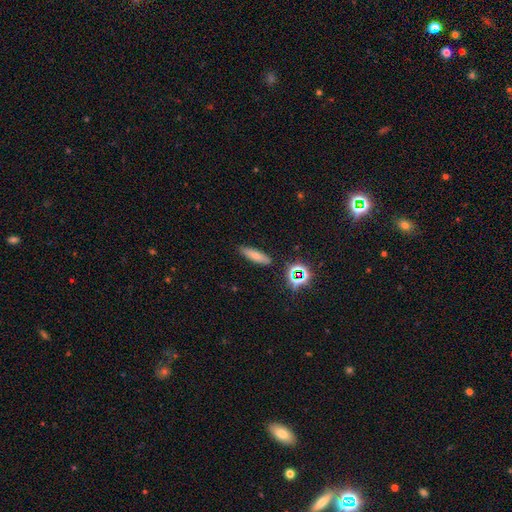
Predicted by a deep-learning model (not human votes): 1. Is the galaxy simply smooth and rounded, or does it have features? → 70% smooth, 16% featured or disk, 15% star or artifact.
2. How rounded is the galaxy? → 64% cigar-shaped, 33% in between, 4% round.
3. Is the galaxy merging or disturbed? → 85% none, 10% minor disturbance, 3% merger, 3% major disturbance.